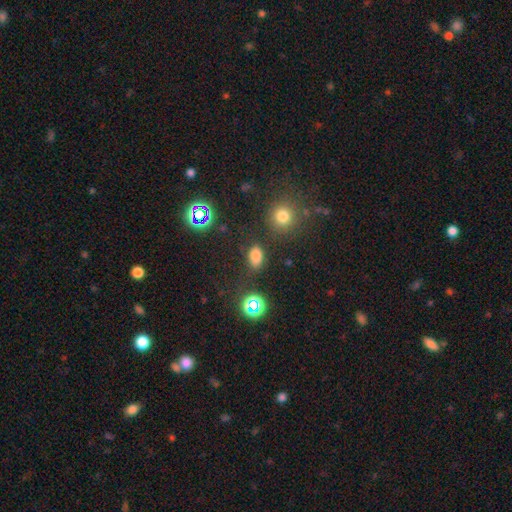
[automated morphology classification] type=smooth (74%); roundness=in between (83%); merging=none (78%).